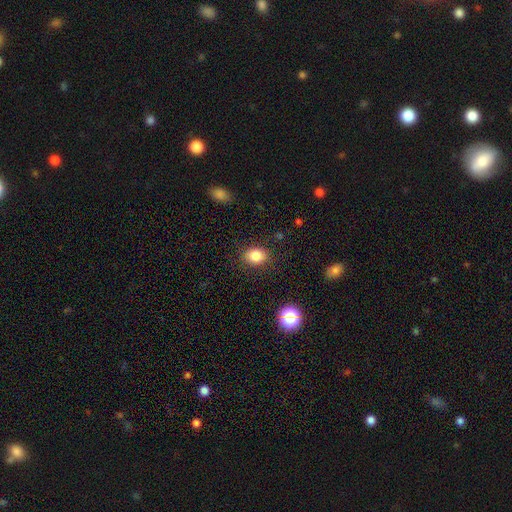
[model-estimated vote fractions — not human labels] A smooth galaxy with no disk features (84%) that is in between round and cigar-shaped (60%). Merging: none (85%).